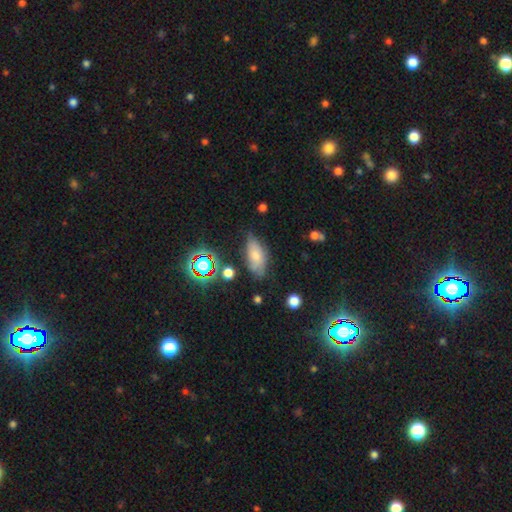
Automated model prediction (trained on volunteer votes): This appears to be a smooth galaxy with no disk features (67%) that is in between round and cigar-shaped (86%). Merging: none (62%).